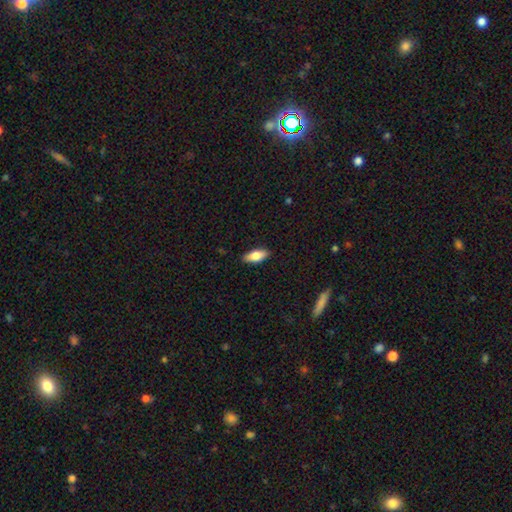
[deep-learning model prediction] Q: Smooth or featured?
A: smooth (77%); runner-up: featured or disk (17%)
Q: How rounded?
A: in between (82%); runner-up: cigar-shaped (16%)
Q: Merging?
A: none (89%); runner-up: minor disturbance (9%)